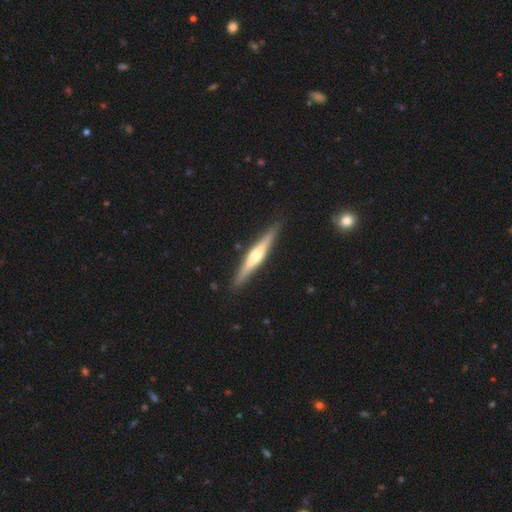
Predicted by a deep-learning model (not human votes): A featured or disk galaxy (69%) viewed edge-on (97%) with a rounded central bulge (80%).

Vote fractions:
- Smooth or featured? featured or disk: 69% / smooth: 26% / star or artifact: 5%
- Edge-on disk? yes: 97% / no: 3%
- Edge-on bulge? rounded: 80% / boxy: 13% / none: 7%
- Merging? none: 90% / minor disturbance: 7% / major disturbance: 2% / merger: 1%